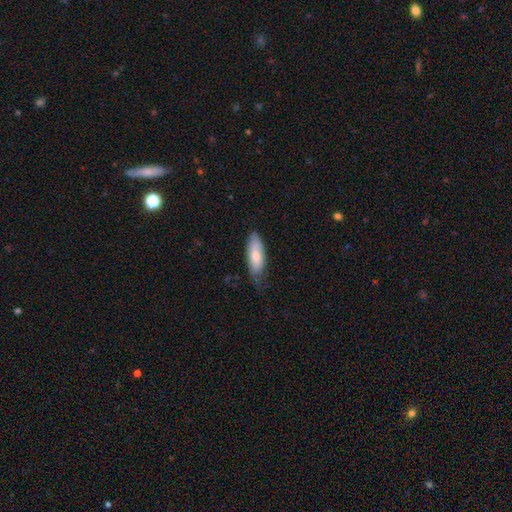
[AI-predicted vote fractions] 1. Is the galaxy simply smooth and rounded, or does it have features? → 72% smooth, 23% featured or disk, 5% star or artifact.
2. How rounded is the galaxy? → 70% in between, 28% cigar-shaped, 2% round.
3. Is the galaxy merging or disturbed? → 59% none, 33% minor disturbance, 7% major disturbance, 1% merger.